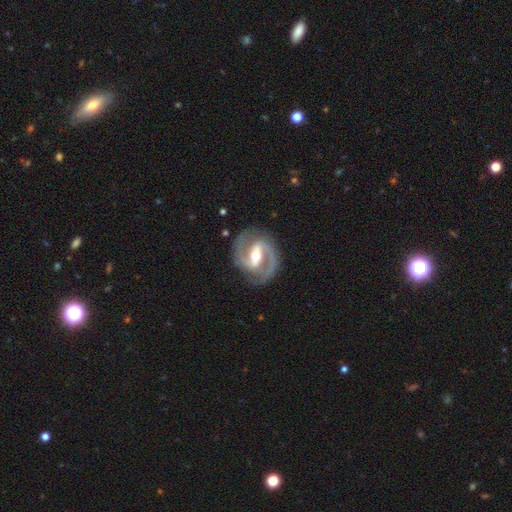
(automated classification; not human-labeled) Smooth or featured: featured or disk — 91% (smooth — 5%)
Edge-on disk: no — 97% (yes — 3%)
Bar: strong — 56% (weak — 34%)
Spiral arms: yes — 97% (no — 3%)
Spiral winding: medium — 60% (tight — 28%)
Spiral arm count: 2 — 93% (can't tell — 2%)
Bulge size: moderate — 68% (small — 23%)
Merging: none — 84% (minor disturbance — 11%)